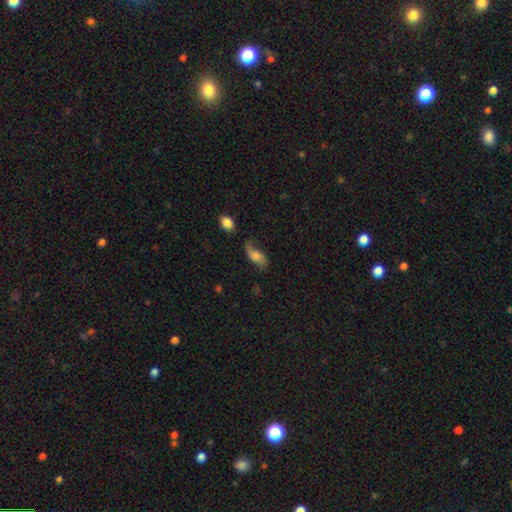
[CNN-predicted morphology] Smooth or featured? smooth (51%)
How rounded? in between (80%)
Merging? none (55%)